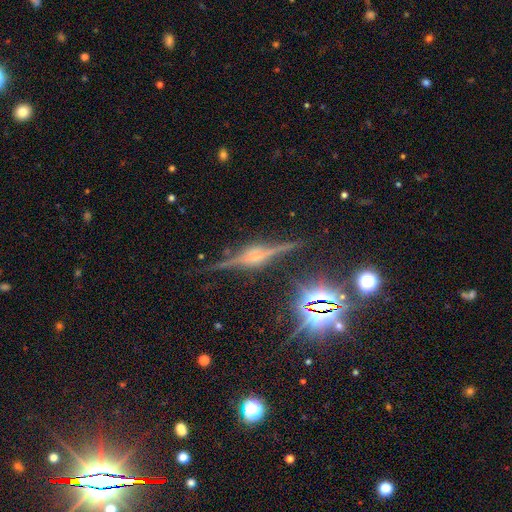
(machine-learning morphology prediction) This appears to be a featured or disk galaxy (80%) viewed edge-on (97%) with a rounded central bulge (63%). Merging: none (85%).